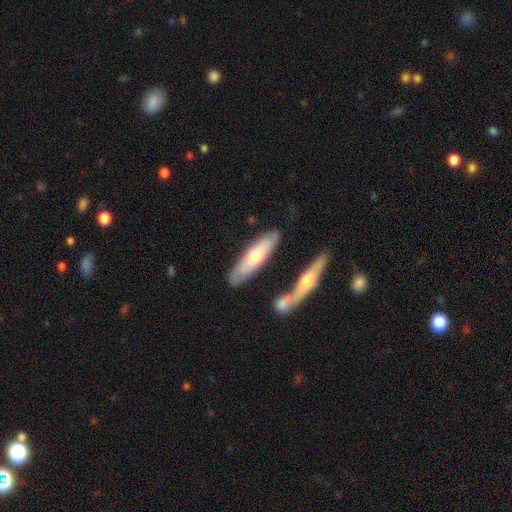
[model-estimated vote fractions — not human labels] The model was most divided on "smooth or featured": smooth: 55%, featured or disk: 40%, star or artifact: 5%. More confident: merging — none (73%); how rounded — cigar-shaped (64%).